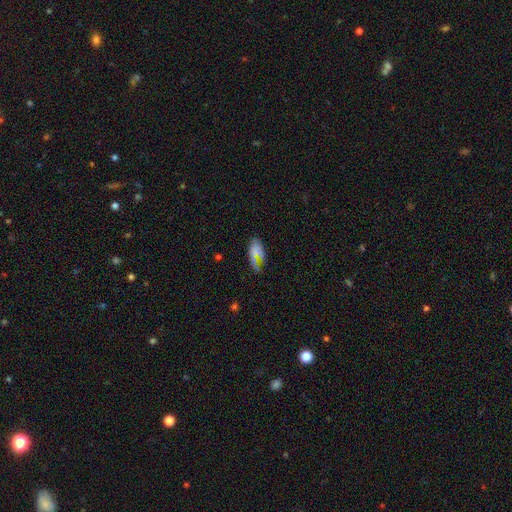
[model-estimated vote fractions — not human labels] The model was most divided on "merging": none: 54%, minor disturbance: 22%, major disturbance: 15%, merger: 9%. More confident: how rounded — in between (83%); smooth or featured — smooth (63%).